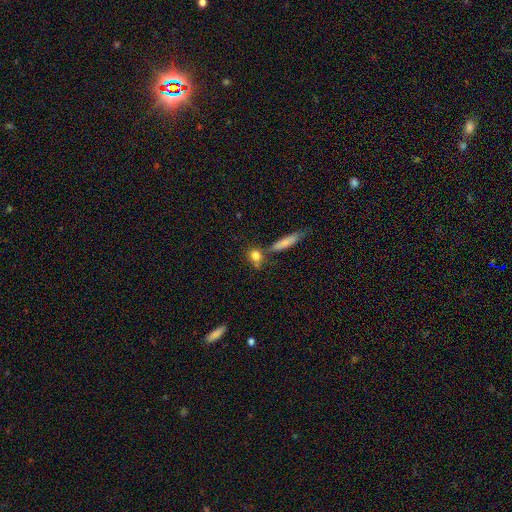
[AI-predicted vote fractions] The model was most divided on "how rounded": round: 57%, in between: 29%, cigar-shaped: 14%. More confident: smooth or featured — smooth (77%); merging — none (59%).